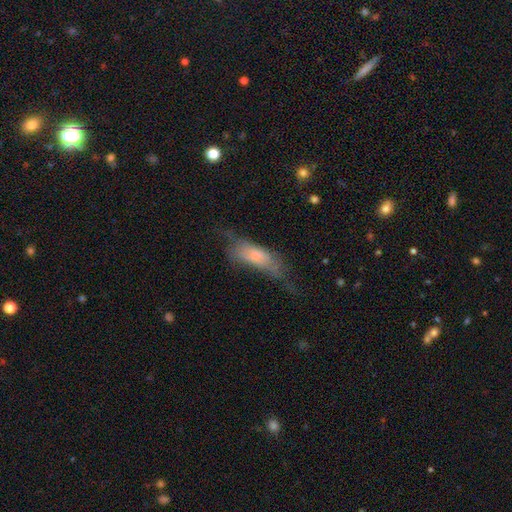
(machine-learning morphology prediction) smooth-or-featured: smooth: 58% | featured or disk: 33% | star or artifact: 9%
  how-rounded: in between: 58% | cigar-shaped: 39% | round: 3%
  merging: major disturbance: 36% | none: 31% | minor disturbance: 28% | merger: 4%